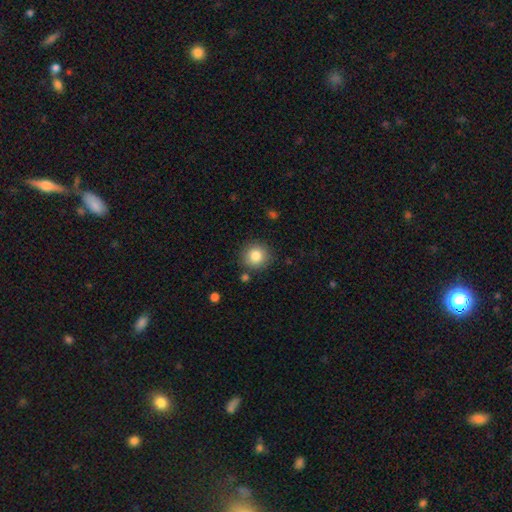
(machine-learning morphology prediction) Overall: smooth (84%). How rounded: round (93%). Merging: none (86%).